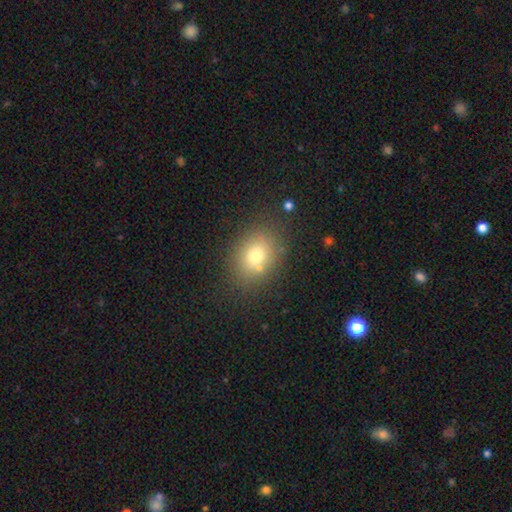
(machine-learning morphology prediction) Overall: smooth (73%). How rounded: in between (56%; round 42%). Merging: none (76%).